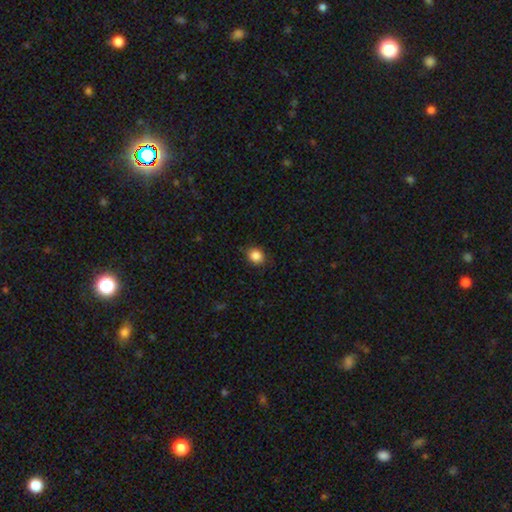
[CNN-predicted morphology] Overall: smooth (86%). How rounded: round (69%; in between 30%). Merging: none (87%).